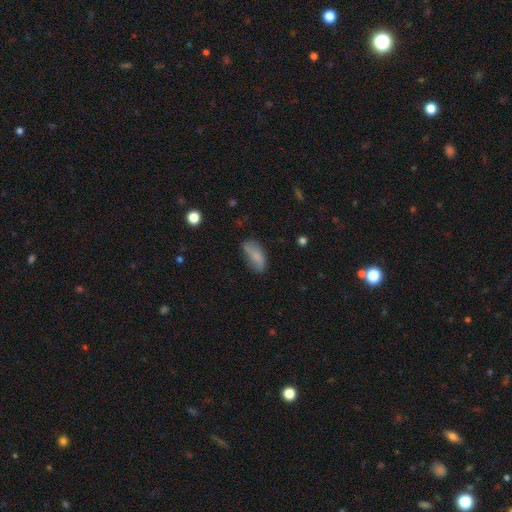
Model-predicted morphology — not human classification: Smooth or featured? smooth (76%)
How rounded? in between (87%)
Merging? none (64%)